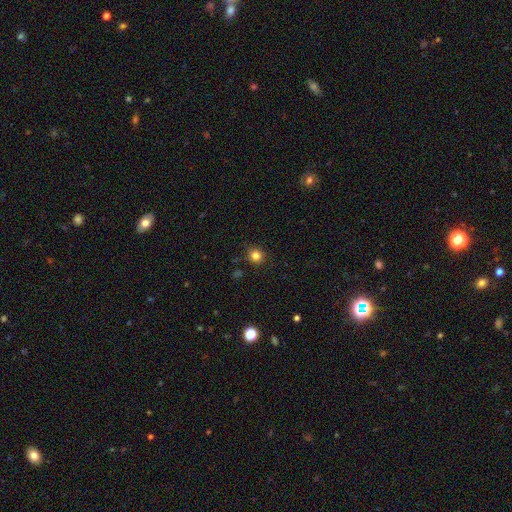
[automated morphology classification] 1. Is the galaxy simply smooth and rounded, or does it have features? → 82% smooth, 14% star or artifact, 5% featured or disk.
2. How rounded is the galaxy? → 90% round, 9% in between, 1% cigar-shaped.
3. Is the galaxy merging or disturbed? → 89% none, 8% minor disturbance, 2% major disturbance, 2% merger.